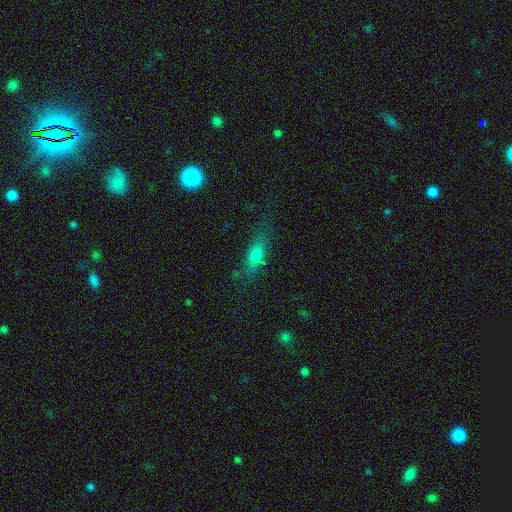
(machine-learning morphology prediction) smooth 69%, featured or disk 19%, star or artifact 12%. Down the decision tree: how rounded — in between (58%); merging — none (64%).